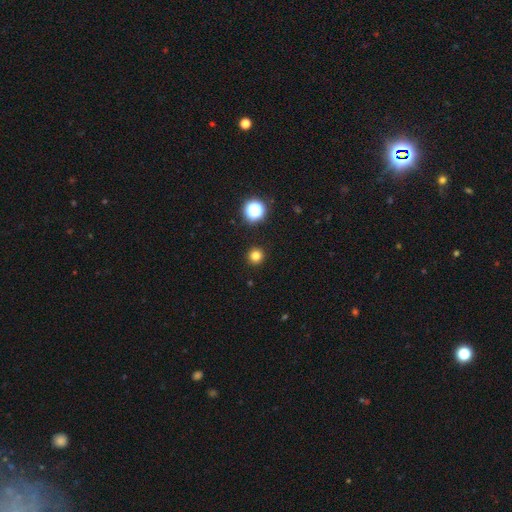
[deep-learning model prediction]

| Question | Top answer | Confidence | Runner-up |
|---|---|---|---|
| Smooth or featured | smooth | 80% | star or artifact (16%) |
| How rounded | round | 95% | in between (4%) |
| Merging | none | 93% | minor disturbance (4%) |